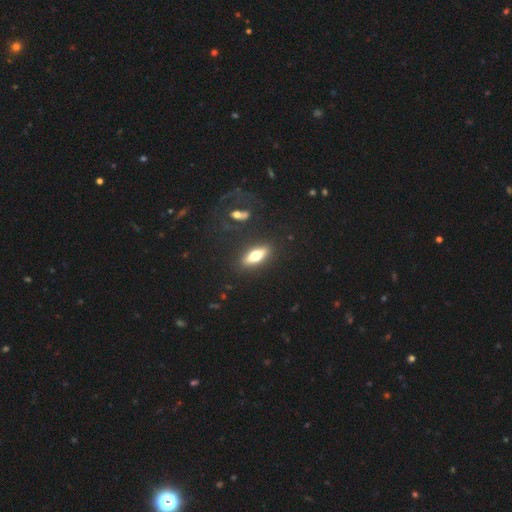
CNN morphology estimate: smooth-or-featured: smooth: 55% | featured or disk: 38% | star or artifact: 8%
  how-rounded: in between: 50% | cigar-shaped: 47% | round: 3%
  merging: none: 86% | minor disturbance: 9% | major disturbance: 3% | merger: 2%